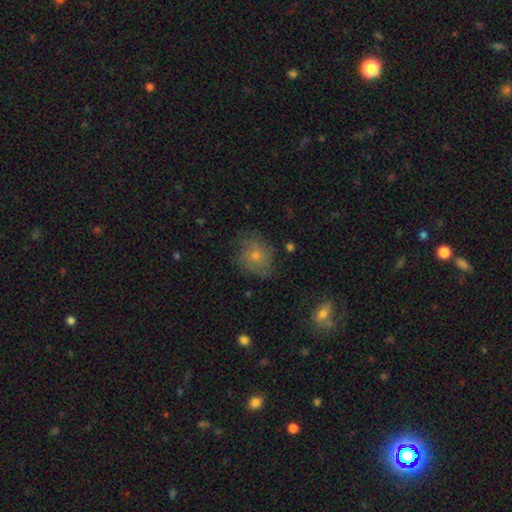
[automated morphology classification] A featured or disk galaxy (46%). Merging: none (73%).